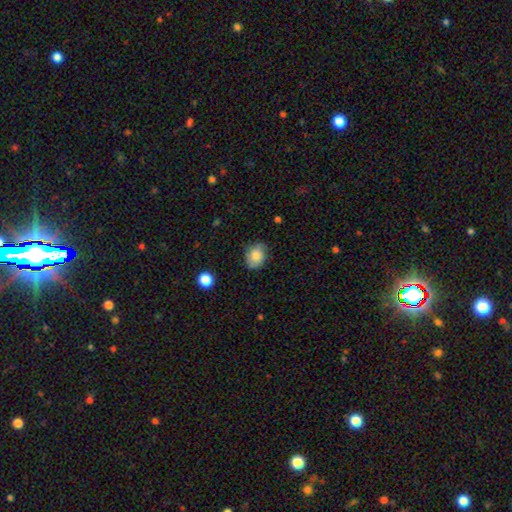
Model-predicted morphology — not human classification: Smooth or featured? Predicted: smooth (p=0.78). How rounded? Predicted: in between (p=0.54). Merging? Predicted: none (p=0.69).